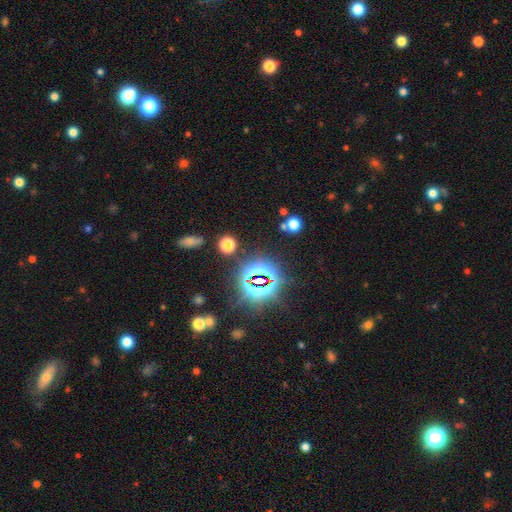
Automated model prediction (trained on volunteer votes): A star or artifact, not a galaxy (81%).

Vote fractions:
- Smooth or featured? star or artifact: 81% / smooth: 11% / featured or disk: 7%